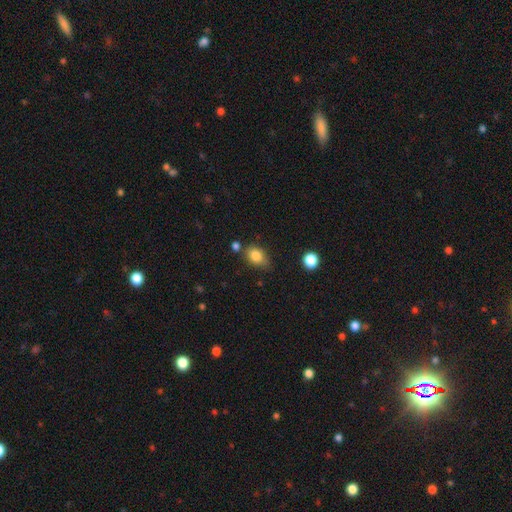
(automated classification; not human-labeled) This appears to be a smooth galaxy with no disk features (83%) that is in between round and cigar-shaped (72%). Merging: none (61%).